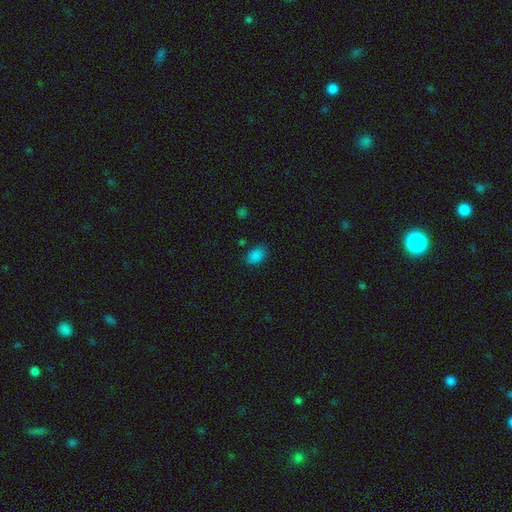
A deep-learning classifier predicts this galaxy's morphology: type=smooth (83%); roundness=in between (86%); merging=none (78%).